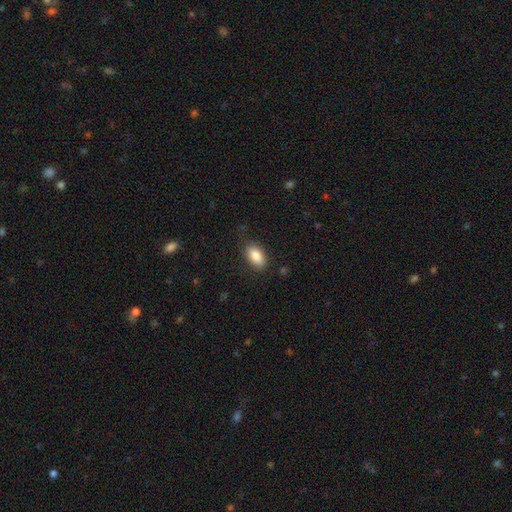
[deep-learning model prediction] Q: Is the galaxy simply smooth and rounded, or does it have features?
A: smooth — 85%.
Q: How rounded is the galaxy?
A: in between — 91%.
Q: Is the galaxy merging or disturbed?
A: none — 82%.